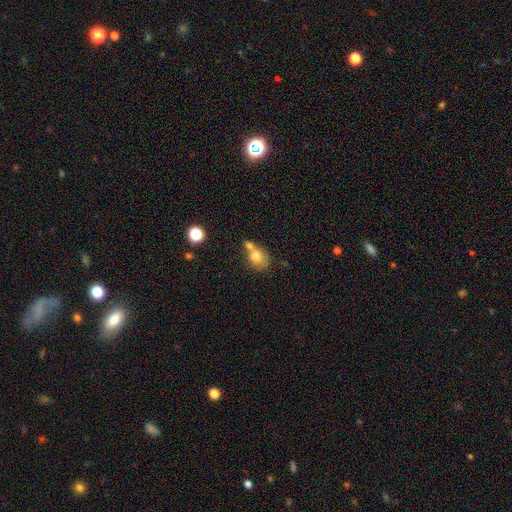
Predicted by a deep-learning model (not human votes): Smooth or featured: smooth — 74% (featured or disk — 16%)
How rounded: round — 53% (in between — 46%)
Merging: merger — 48% (none — 32%)